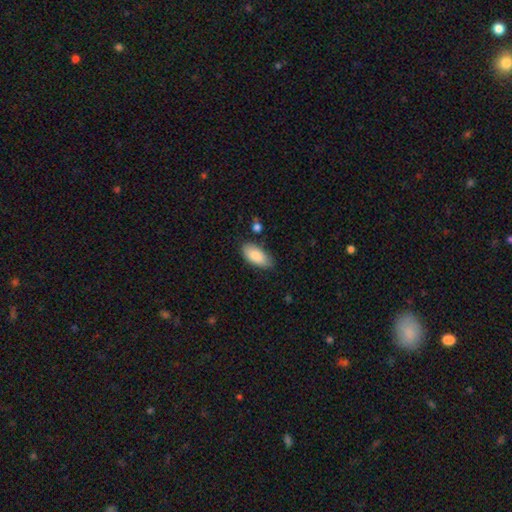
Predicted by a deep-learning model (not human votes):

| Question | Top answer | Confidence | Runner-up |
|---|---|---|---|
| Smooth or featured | smooth | 87% | featured or disk (7%) |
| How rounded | in between | 91% | cigar-shaped (7%) |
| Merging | none | 79% | minor disturbance (15%) |